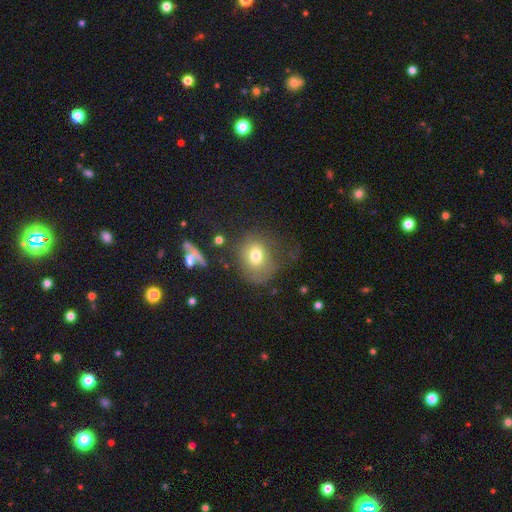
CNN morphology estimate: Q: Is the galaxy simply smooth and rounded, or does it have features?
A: smooth — 72%.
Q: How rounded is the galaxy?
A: round — 65%.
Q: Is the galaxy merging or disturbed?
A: none — 58%.